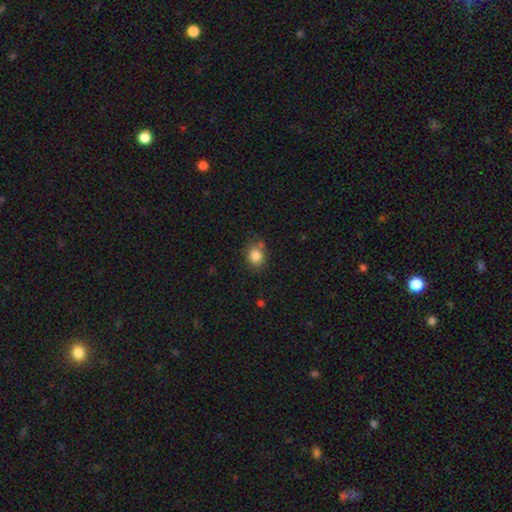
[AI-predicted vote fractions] This appears to be a smooth galaxy with no disk features (84%) that is round (69%). Merging: none (69%).